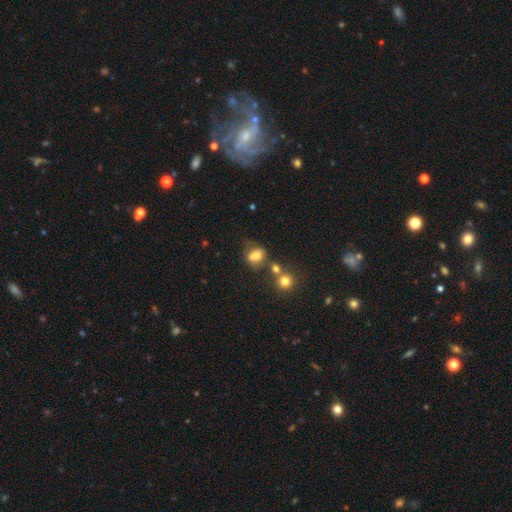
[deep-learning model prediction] Q: Smooth or featured?
A: smooth (74%); runner-up: featured or disk (13%)
Q: How rounded?
A: in between (60%); runner-up: round (38%)
Q: Merging?
A: none (47%); runner-up: minor disturbance (24%)